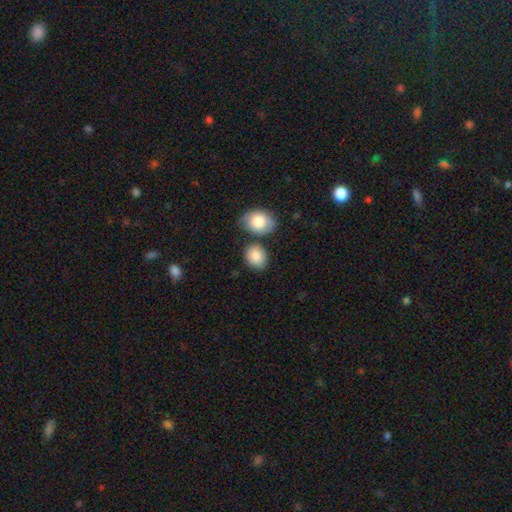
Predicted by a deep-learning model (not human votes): Q: Smooth or featured?
A: smooth (86%); runner-up: featured or disk (7%)
Q: How rounded?
A: in between (61%); runner-up: round (38%)
Q: Merging?
A: none (67%); runner-up: minor disturbance (15%)